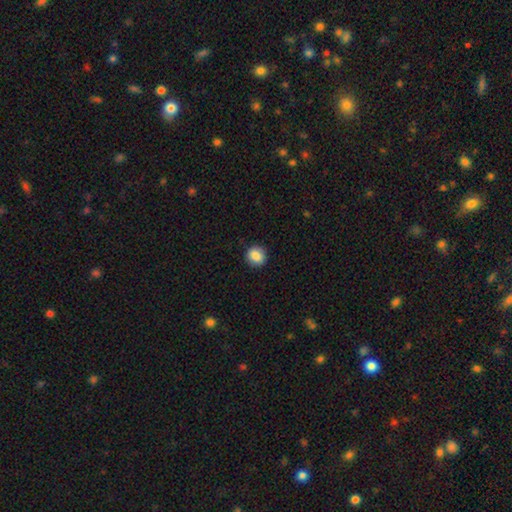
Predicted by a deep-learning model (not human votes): Overall: smooth (87%). How rounded: round (83%). Merging: none (90%).